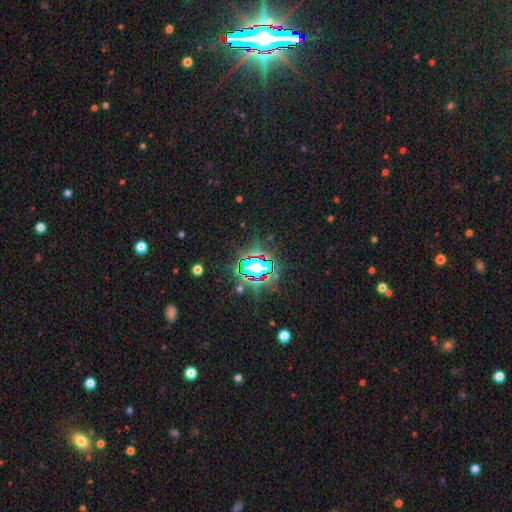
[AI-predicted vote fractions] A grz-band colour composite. It shows a star or artifact, not a galaxy (85%).